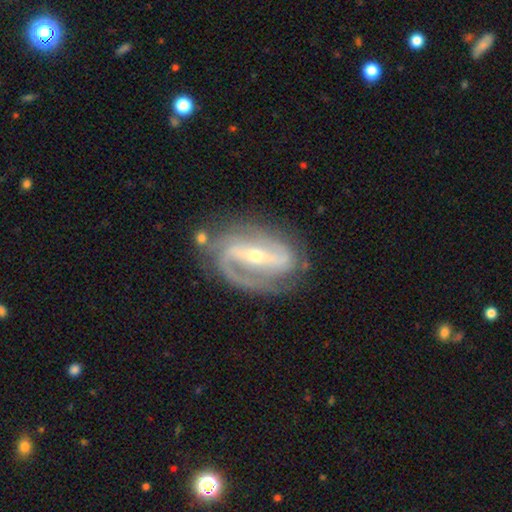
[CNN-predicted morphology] A featured or disk galaxy (90%) with a strong bar (59%), 2 (71%) medium (47%) spiral arms (96%) and a small central bulge (59%). Merging: none (69%).